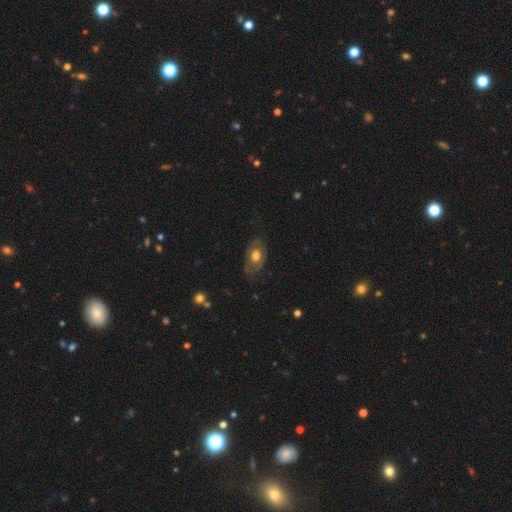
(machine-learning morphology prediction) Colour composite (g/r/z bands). It shows a featured or disk galaxy (51%). Merging: none (68%).